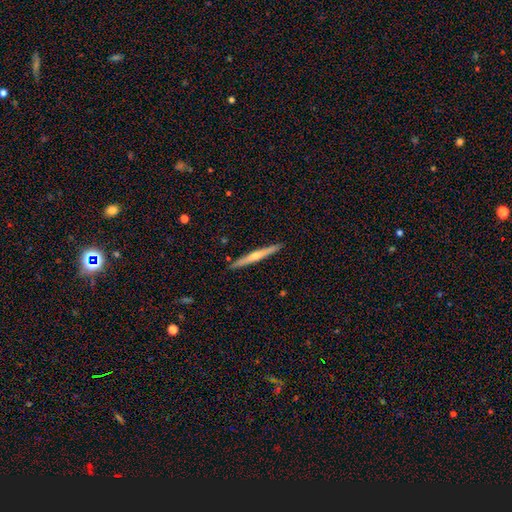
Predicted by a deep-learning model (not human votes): The model was most divided on "smooth or featured": featured or disk: 62%, smooth: 33%, star or artifact: 5%. More confident: edge-on disk — yes (98%); merging — none (91%); edge-on bulge — rounded (75%).